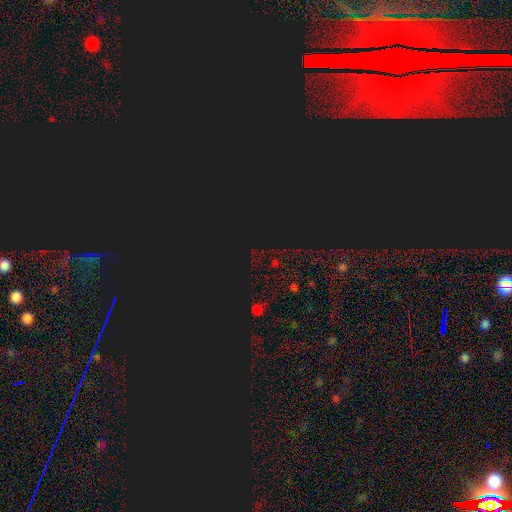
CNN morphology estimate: Q: Smooth or featured?
A: star or artifact (83%); runner-up: smooth (11%)